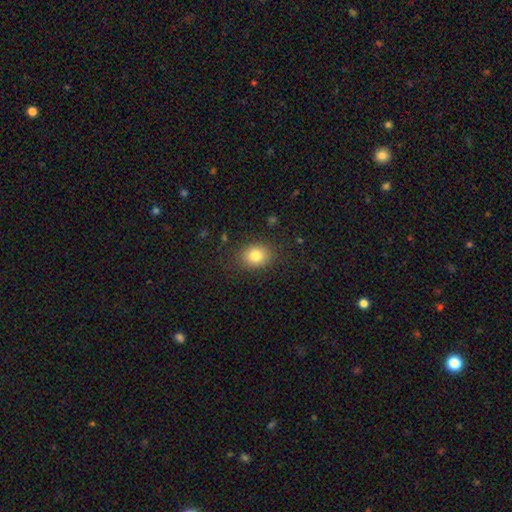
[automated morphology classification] A smooth galaxy with no disk features (81%) that is round (59%). Merging: none (84%).